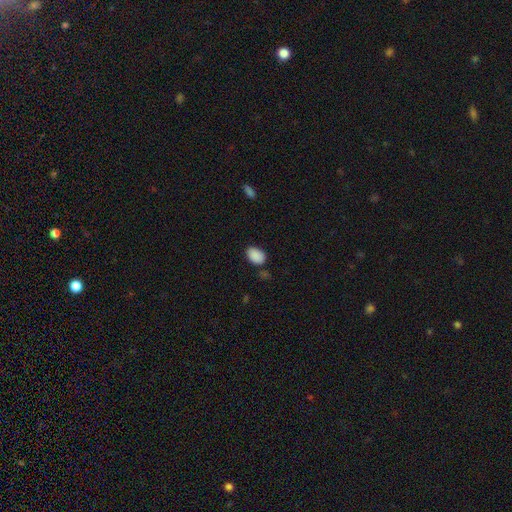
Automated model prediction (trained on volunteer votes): Q: Smooth or featured?
A: smooth (89%); runner-up: star or artifact (8%)
Q: How rounded?
A: in between (83%); runner-up: round (16%)
Q: Merging?
A: none (78%); runner-up: minor disturbance (15%)